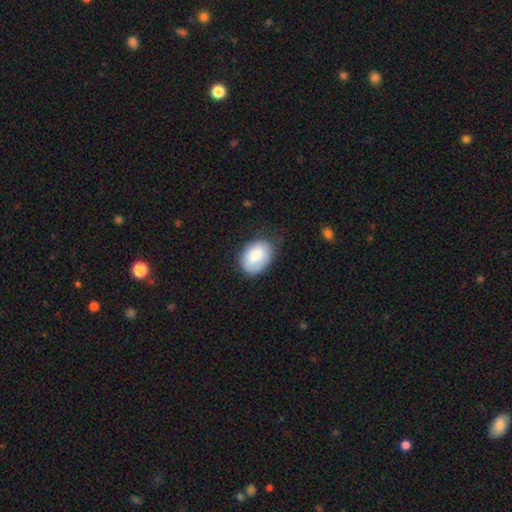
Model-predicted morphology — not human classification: smooth-or-featured: smooth: 82% | featured or disk: 12% | star or artifact: 6%
  how-rounded: in between: 81% | round: 18% | cigar-shaped: 1%
  merging: none: 67% | minor disturbance: 25% | major disturbance: 6% | merger: 1%